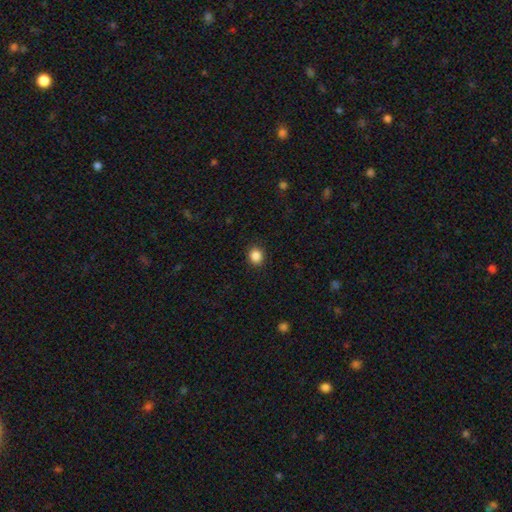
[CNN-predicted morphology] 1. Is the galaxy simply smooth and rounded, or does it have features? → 87% smooth, 10% star or artifact, 3% featured or disk.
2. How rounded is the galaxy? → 79% round, 20% in between, 1% cigar-shaped.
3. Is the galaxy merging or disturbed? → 91% none, 6% minor disturbance, 2% major disturbance, 1% merger.